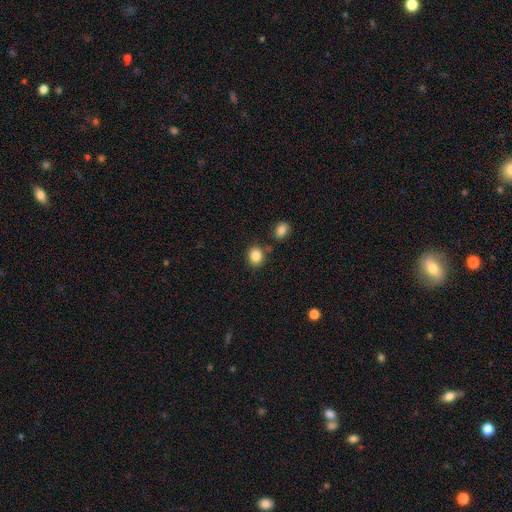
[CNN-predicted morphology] Q: Smooth or featured?
A: smooth (86%); runner-up: star or artifact (9%)
Q: How rounded?
A: round (68%); runner-up: in between (31%)
Q: Merging?
A: none (77%); runner-up: minor disturbance (11%)